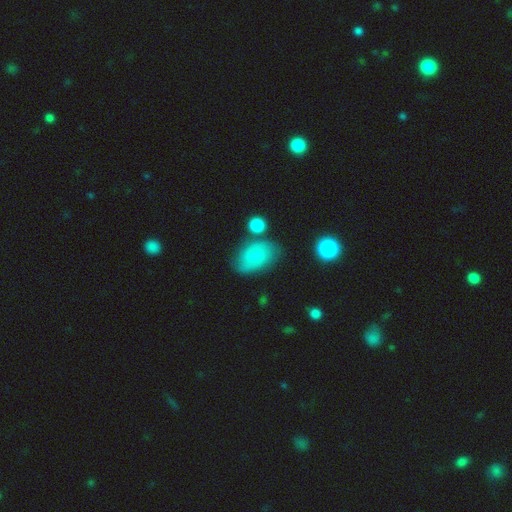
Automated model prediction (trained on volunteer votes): Smooth or featured?
  - smooth: 46% *
  - featured or disk: 45%
  - star or artifact: 9%
Merging?
  - none: 63% *
  - minor disturbance: 22%
  - merger: 8%
  - major disturbance: 7%